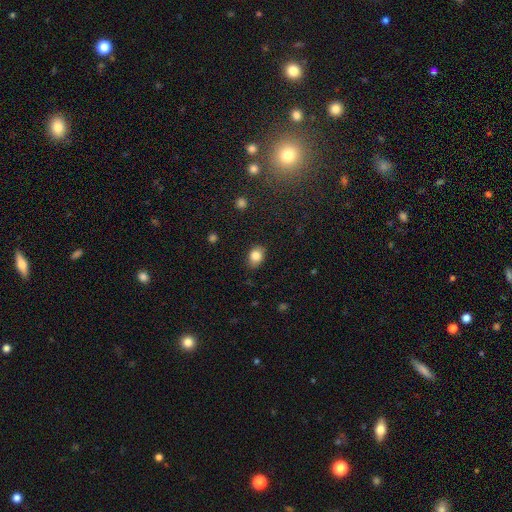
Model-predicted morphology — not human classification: smooth-or-featured: smooth: 84% | star or artifact: 9% | featured or disk: 7%
  how-rounded: in between: 69% | round: 30% | cigar-shaped: 1%
  merging: none: 82% | minor disturbance: 15% | major disturbance: 3% | merger: 1%